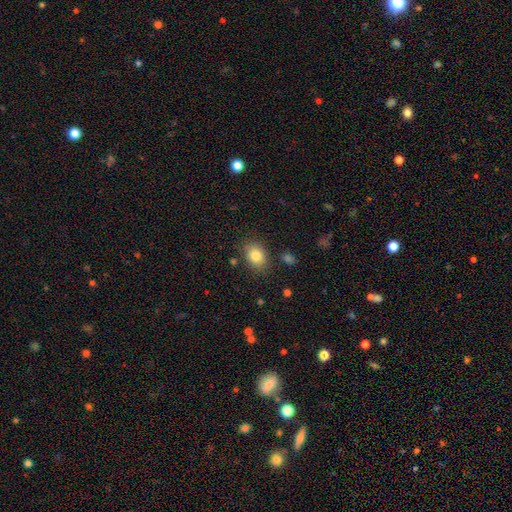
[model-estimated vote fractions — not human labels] Overall: smooth (83%). How rounded: in between (69%; round 30%). Merging: none (82%).